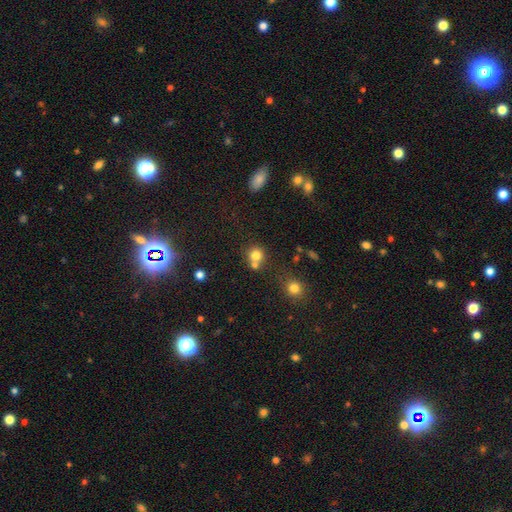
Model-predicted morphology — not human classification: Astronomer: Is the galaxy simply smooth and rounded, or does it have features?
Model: smooth — 78%.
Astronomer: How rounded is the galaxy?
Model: round — 88%.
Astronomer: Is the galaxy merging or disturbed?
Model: none — 55% (runner-up: merger, 33%).